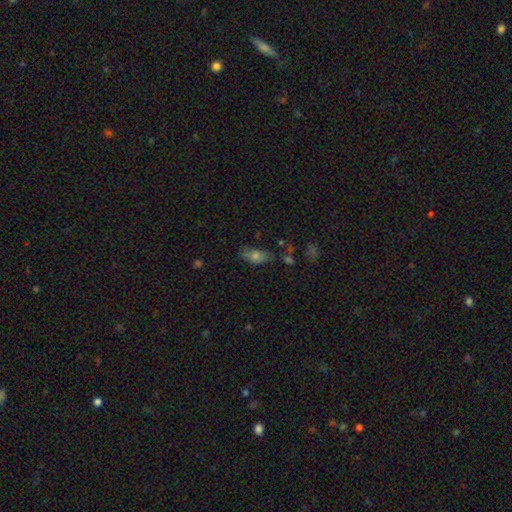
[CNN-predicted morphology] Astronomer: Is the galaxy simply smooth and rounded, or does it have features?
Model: smooth — 66%.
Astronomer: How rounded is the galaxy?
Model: in between — 80%.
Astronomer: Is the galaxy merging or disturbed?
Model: none — 67%.